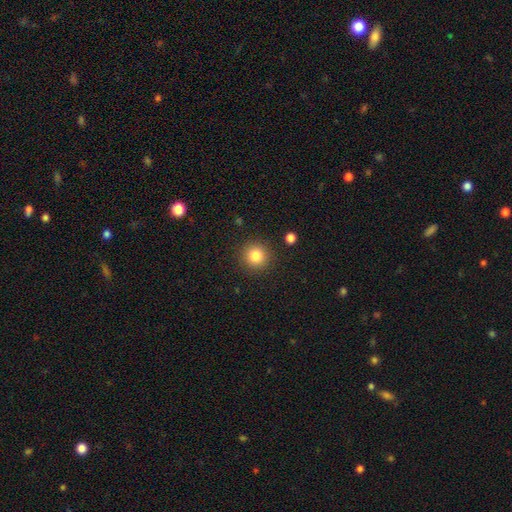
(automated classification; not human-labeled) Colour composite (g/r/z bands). It shows a smooth galaxy with no disk features (83%) that is round (95%). Merging: none (90%).